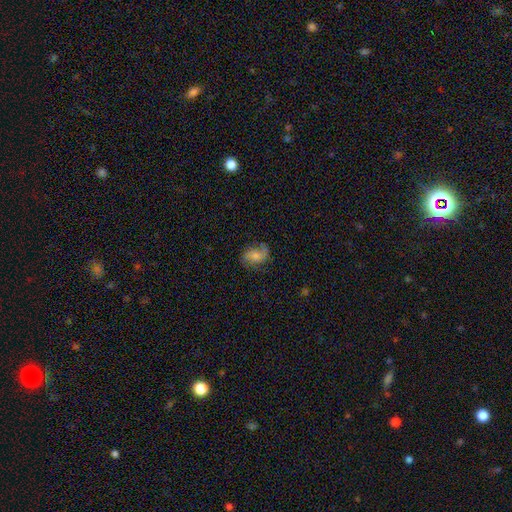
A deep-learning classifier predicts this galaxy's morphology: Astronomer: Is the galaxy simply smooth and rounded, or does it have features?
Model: smooth — 47% (runner-up: featured or disk, 44%).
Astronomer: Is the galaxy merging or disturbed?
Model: none — 66%.